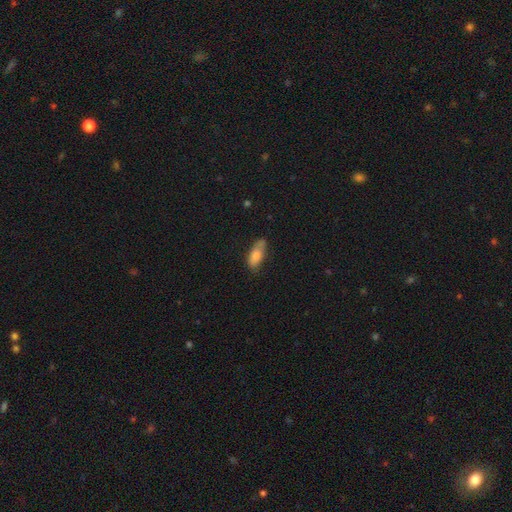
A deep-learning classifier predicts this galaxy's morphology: A smooth galaxy with no disk features (76%) that is in between round and cigar-shaped (78%).

Vote fractions:
- Smooth or featured? smooth: 76% / featured or disk: 17% / star or artifact: 7%
- How rounded? in between: 78% / cigar-shaped: 19% / round: 3%
- Merging? none: 58% / minor disturbance: 31% / major disturbance: 8% / merger: 4%